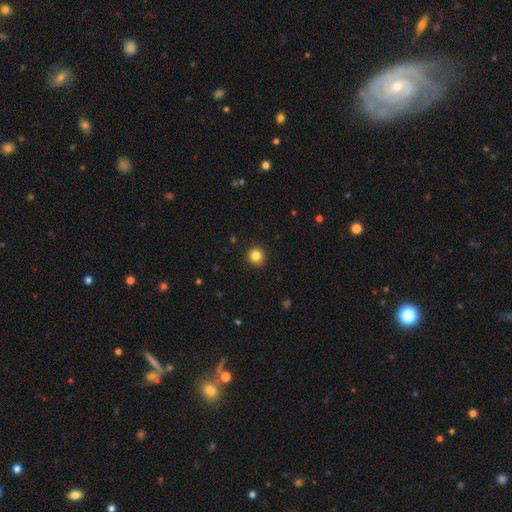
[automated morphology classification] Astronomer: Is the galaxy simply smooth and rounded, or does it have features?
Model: smooth — 84%.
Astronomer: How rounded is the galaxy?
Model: round — 95%.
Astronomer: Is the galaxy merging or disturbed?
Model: none — 92%.